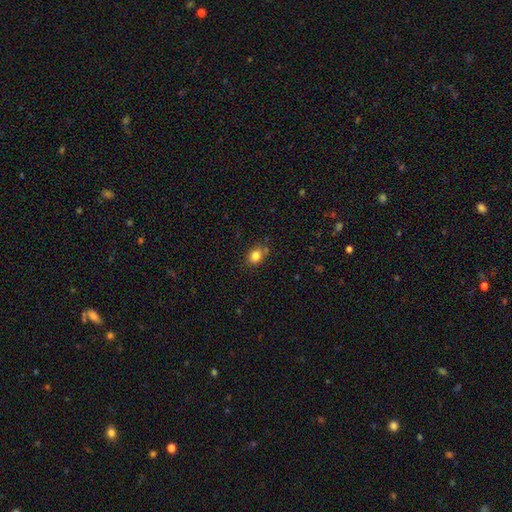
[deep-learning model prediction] Smooth or featured: smooth — 83% (star or artifact — 11%)
How rounded: in between — 51% (round — 48%)
Merging: none — 76% (minor disturbance — 15%)